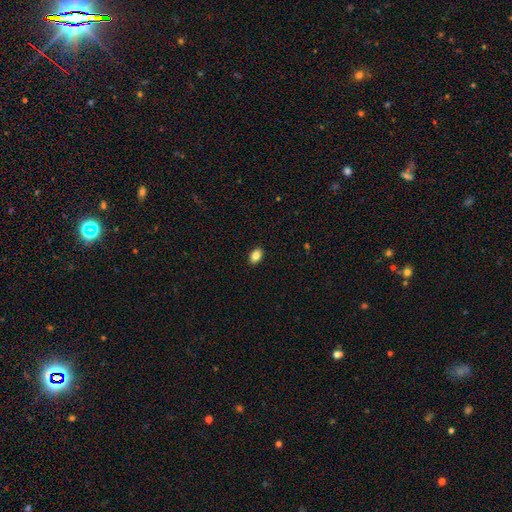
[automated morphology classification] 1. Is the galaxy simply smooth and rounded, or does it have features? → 85% smooth, 9% star or artifact, 7% featured or disk.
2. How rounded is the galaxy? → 85% in between, 14% round, 1% cigar-shaped.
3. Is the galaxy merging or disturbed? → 90% none, 7% minor disturbance, 2% major disturbance, 1% merger.